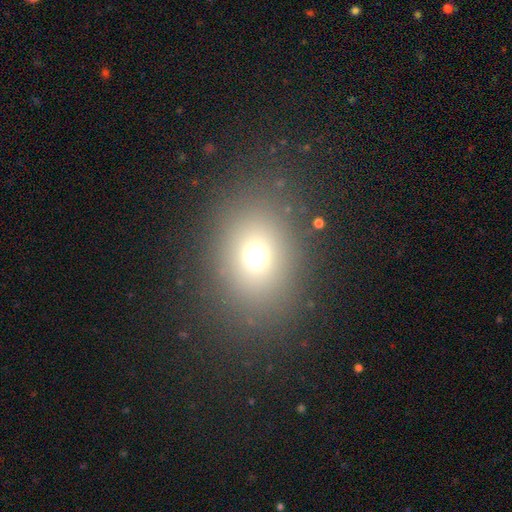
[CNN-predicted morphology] Smooth or featured?
  - smooth: 69% *
  - star or artifact: 19%
  - featured or disk: 12%
How rounded?
  - in between: 58% *
  - round: 41%
  - cigar-shaped: 1%
Merging?
  - none: 85% *
  - minor disturbance: 9%
  - major disturbance: 5%
  - merger: 1%